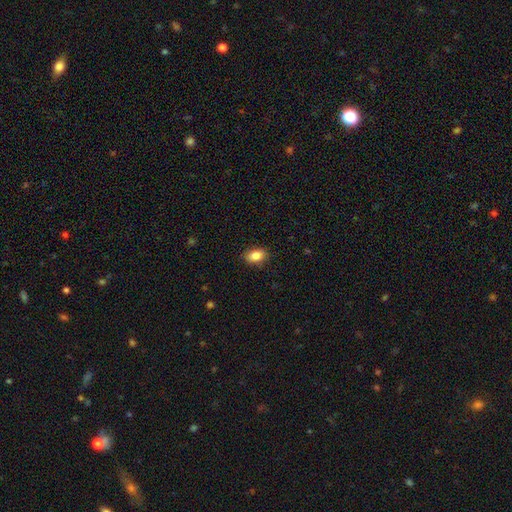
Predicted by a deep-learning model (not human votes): Smooth or featured? Predicted: smooth (p=0.87). How rounded? Predicted: in between (p=0.86). Merging? Predicted: none (p=0.88).